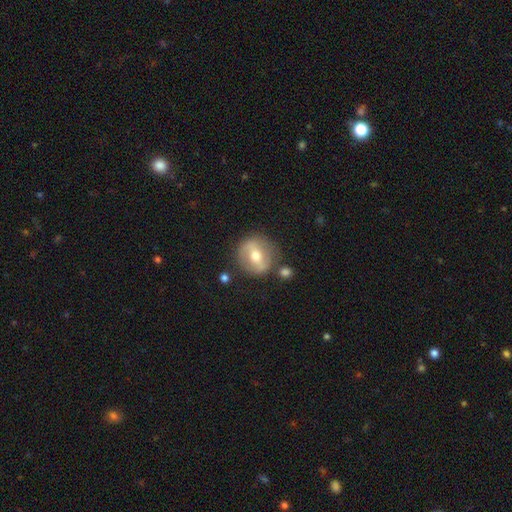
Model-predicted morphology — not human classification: Q: Smooth or featured?
A: featured or disk (56%); runner-up: smooth (37%)
Q: Edge-on disk?
A: no (88%); runner-up: yes (12%)
Q: Merging?
A: none (80%); runner-up: minor disturbance (12%)